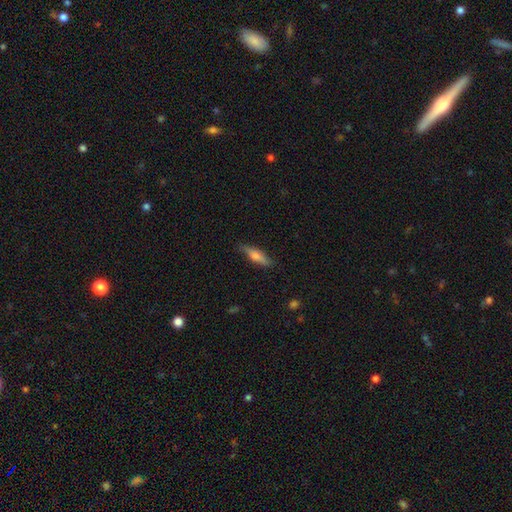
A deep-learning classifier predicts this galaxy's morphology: Overall: smooth (55%; featured or disk 39%). How rounded: cigar-shaped (72%). Merging: none (81%).